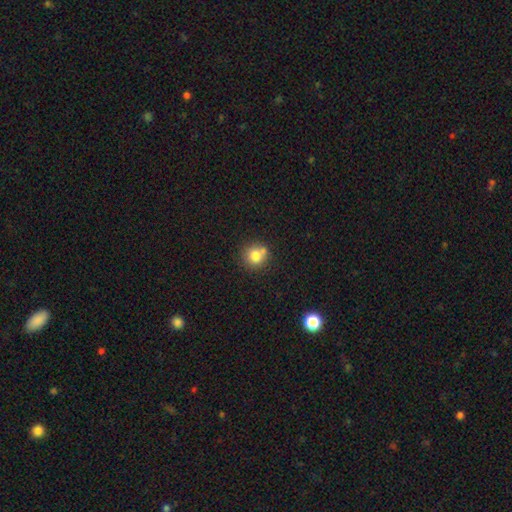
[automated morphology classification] smooth 79%, star or artifact 11%, featured or disk 10%. Down the decision tree: how rounded — round (89%); merging — none (65%).